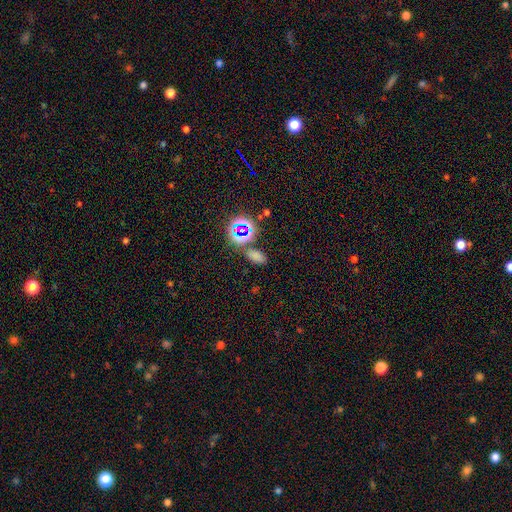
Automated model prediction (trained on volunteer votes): Smooth or featured? smooth (61%)
How rounded? in between (86%)
Merging? none (75%)